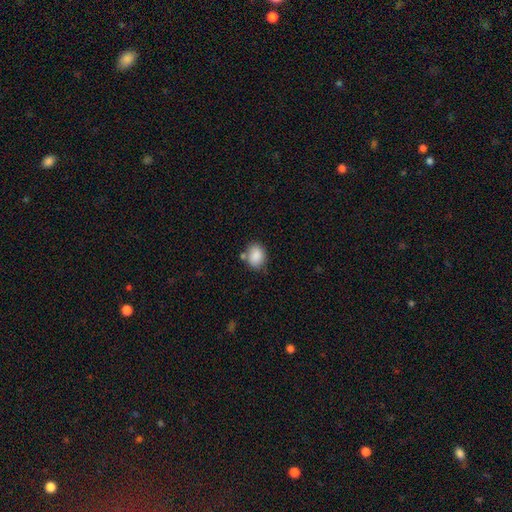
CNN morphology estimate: Smooth or featured: smooth — 86% (star or artifact — 8%)
How rounded: in between — 60% (round — 39%)
Merging: none — 68% (minor disturbance — 17%)